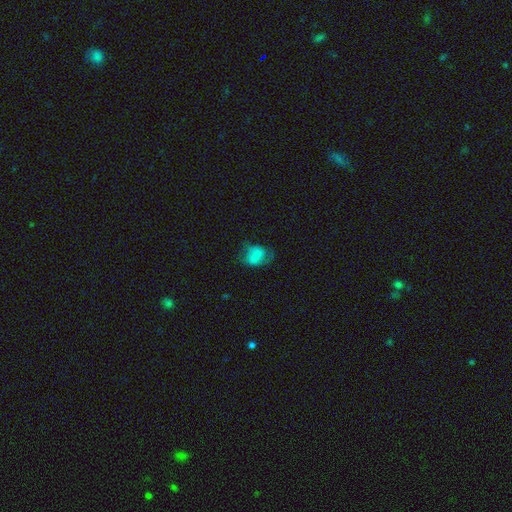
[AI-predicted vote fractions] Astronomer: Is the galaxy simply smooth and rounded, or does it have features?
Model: smooth — 66%.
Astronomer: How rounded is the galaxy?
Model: in between — 68%.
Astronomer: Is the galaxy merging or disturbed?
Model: none — 48% (runner-up: minor disturbance, 28%).